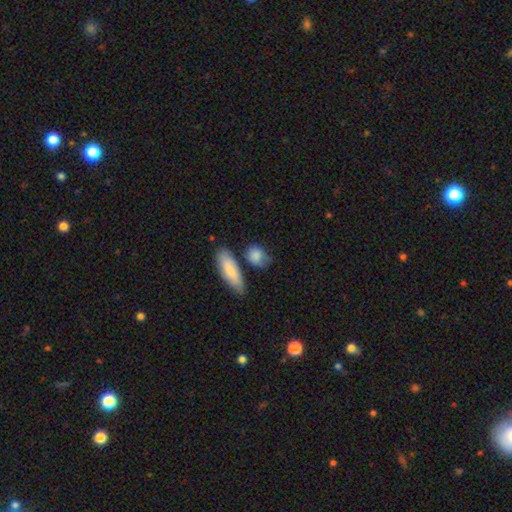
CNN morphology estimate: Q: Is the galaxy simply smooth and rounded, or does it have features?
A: smooth — 83%.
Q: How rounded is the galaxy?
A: in between — 59%.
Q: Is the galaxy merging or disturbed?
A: none — 62%.